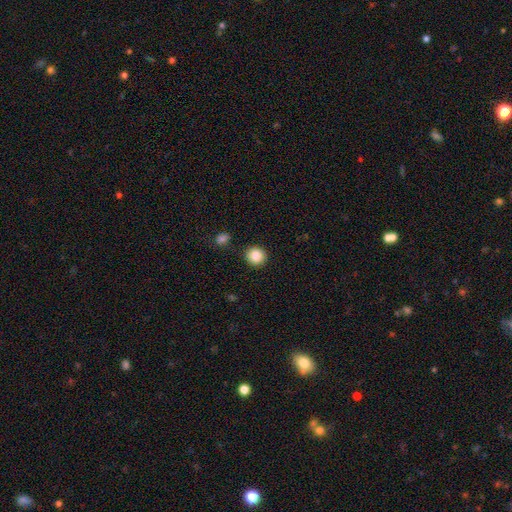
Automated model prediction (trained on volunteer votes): Smooth or featured?
  - smooth: 87% *
  - star or artifact: 9%
  - featured or disk: 4%
How rounded?
  - round: 91% *
  - in between: 8%
  - cigar-shaped: 1%
Merging?
  - none: 89% *
  - minor disturbance: 7%
  - merger: 2%
  - major disturbance: 2%